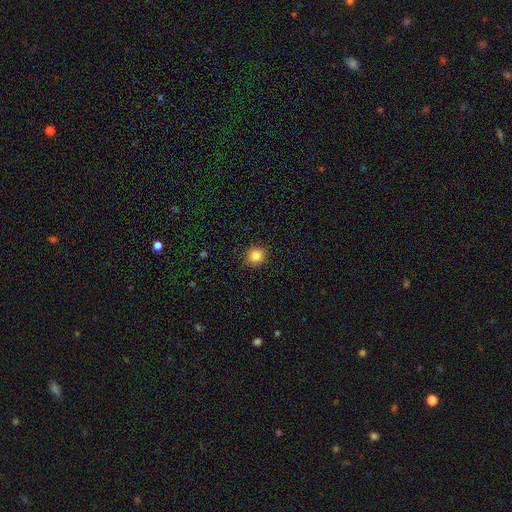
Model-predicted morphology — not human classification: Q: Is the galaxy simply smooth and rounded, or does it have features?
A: smooth — 84%.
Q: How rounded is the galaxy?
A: round — 84%.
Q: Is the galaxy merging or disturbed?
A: none — 91%.